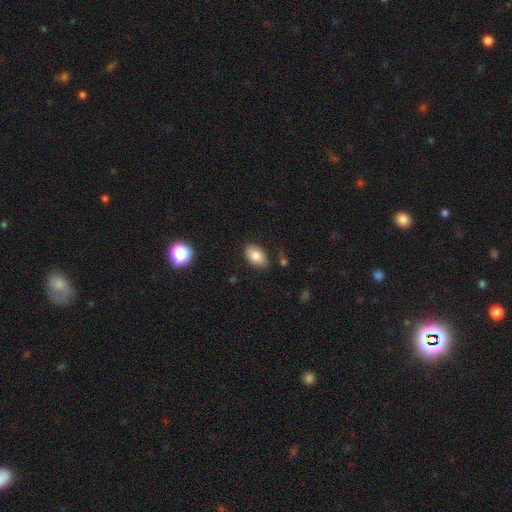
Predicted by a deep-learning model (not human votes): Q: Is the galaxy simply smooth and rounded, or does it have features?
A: smooth — 81%.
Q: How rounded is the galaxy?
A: in between — 89%.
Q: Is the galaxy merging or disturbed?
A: none — 82%.